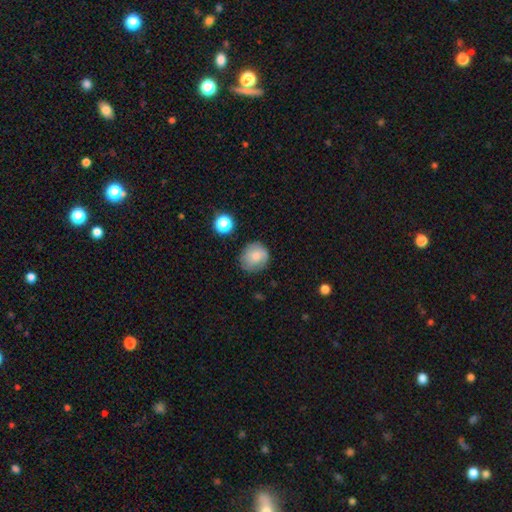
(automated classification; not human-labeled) smooth 75%, featured or disk 15%, star or artifact 9%. Down the decision tree: how rounded — round (82%); merging — none (75%).